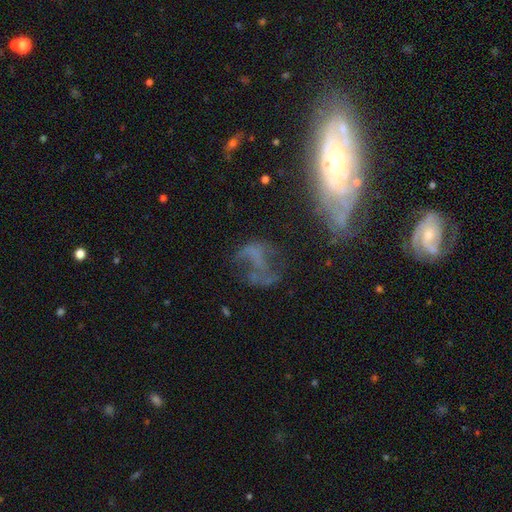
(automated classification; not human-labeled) A featured or disk galaxy (53%) with no bar (73%), no spiral arms (56%) and no central bulge (68%). Merging: none (37%).